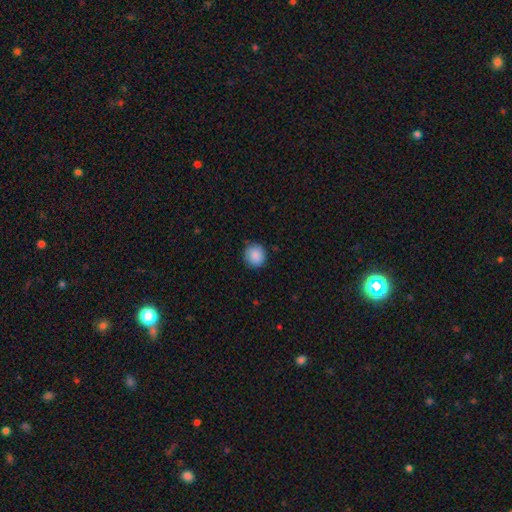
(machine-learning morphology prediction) Smooth or featured? smooth (88%)
How rounded? round (88%)
Merging? none (83%)